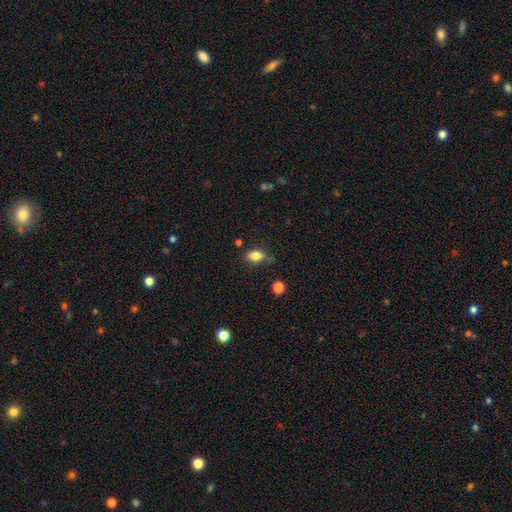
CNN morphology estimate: smooth 81%, featured or disk 10%, star or artifact 10%. Down the decision tree: how rounded — in between (80%); merging — none (62%).